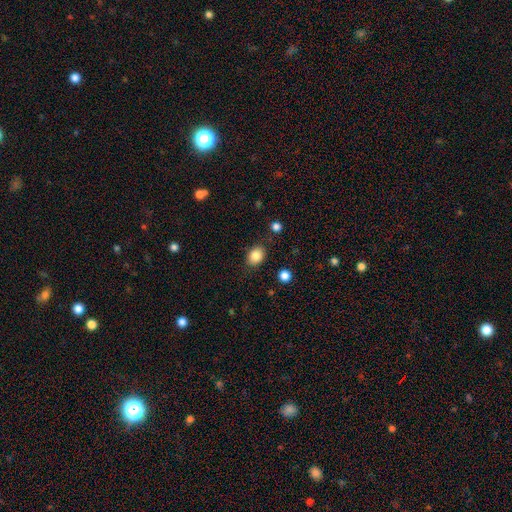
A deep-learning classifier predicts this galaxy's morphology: smooth_or_featured: smooth (p=0.86) [alt: star or artifact p=0.09]
how_rounded: in between (p=0.59) [alt: round p=0.40]
merging: none (p=0.82) [alt: minor disturbance p=0.12]